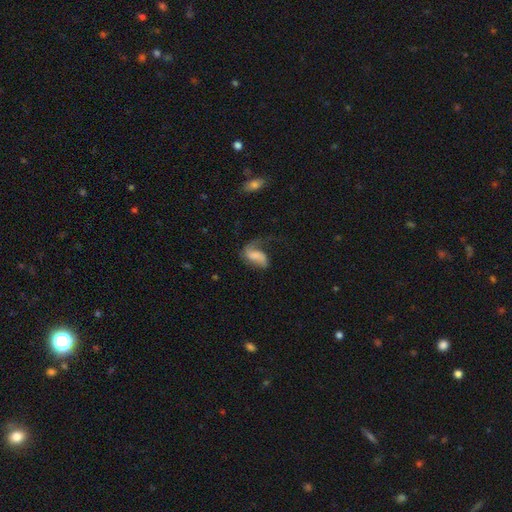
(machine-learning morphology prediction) Smooth or featured? featured or disk (49%)
Merging? major disturbance (48%)